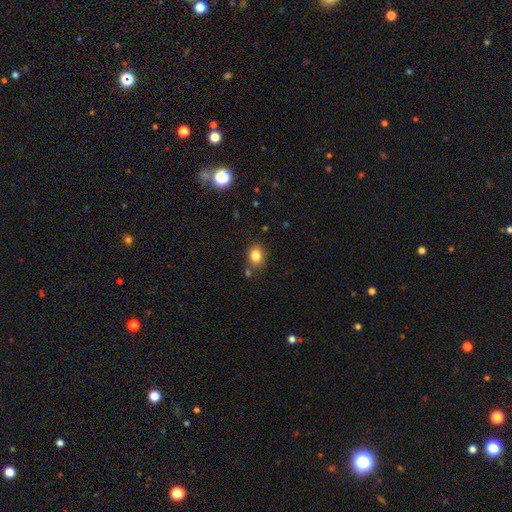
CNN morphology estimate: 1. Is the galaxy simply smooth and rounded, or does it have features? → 83% smooth, 11% star or artifact, 6% featured or disk.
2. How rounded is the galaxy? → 53% in between, 46% round, 1% cigar-shaped.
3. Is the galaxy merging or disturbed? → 78% none, 13% minor disturbance, 6% merger, 4% major disturbance.